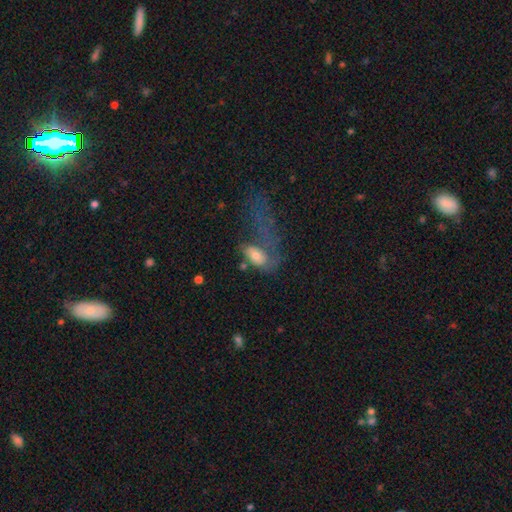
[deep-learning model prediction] Morphology: type=smooth (56%); roundness=in between (85%); merging=major disturbance (60%).